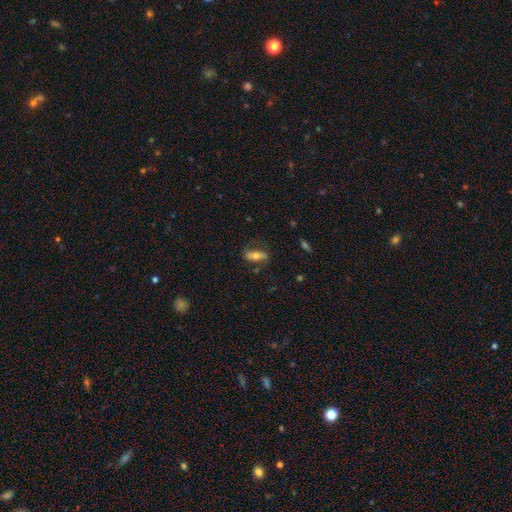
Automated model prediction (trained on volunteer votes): smooth_or_featured: smooth (p=0.53) [alt: featured or disk p=0.39]
how_rounded: in between (p=0.63) [alt: cigar-shaped p=0.33]
merging: none (p=0.68) [alt: minor disturbance p=0.21]